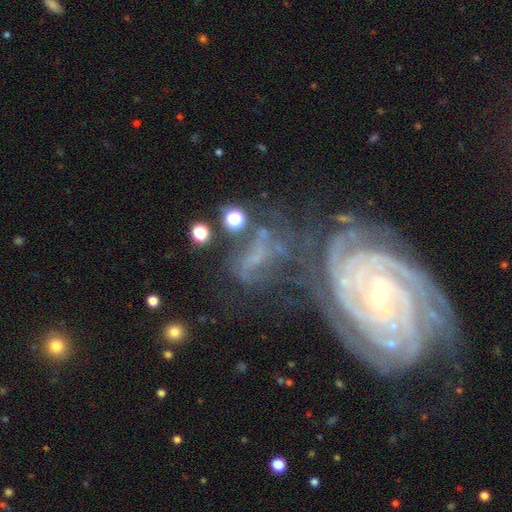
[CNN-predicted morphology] The model was most divided on "merging": none: 33%, merger: 31%, major disturbance: 19%, minor disturbance: 16%. Remaining: edge-on disk — no (96%); spiral arms — yes (90%); smooth or featured — featured or disk (75%); spiral winding — tight (67%); bulge size — small (66%); bar — no (49%); spiral arm count — can't tell (35%).